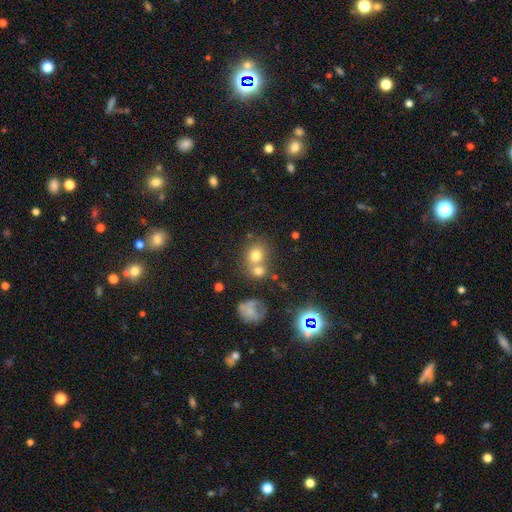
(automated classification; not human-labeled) Overall: smooth (72%). How rounded: round (74%). Merging: merger (46%; none 41%).